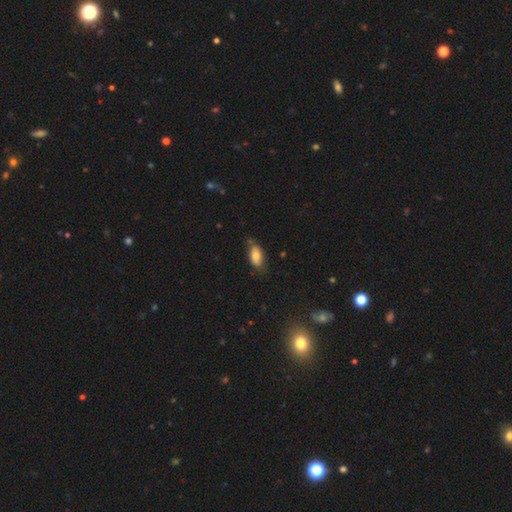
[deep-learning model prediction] This is likely a smooth galaxy (77%). How rounded: clearly in between (92%). Merging: likely none (68%).